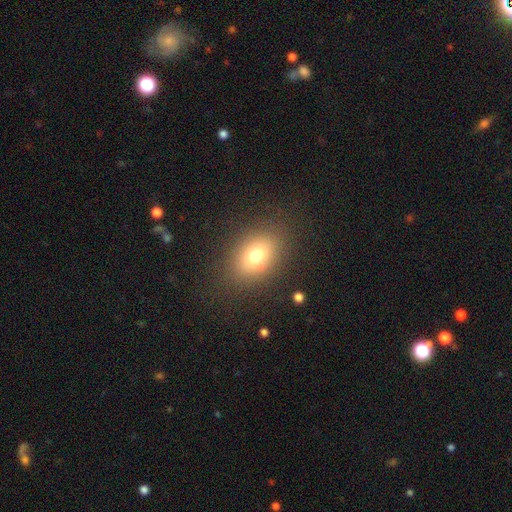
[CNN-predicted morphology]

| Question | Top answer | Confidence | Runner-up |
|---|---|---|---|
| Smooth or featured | smooth | 75% | featured or disk (13%) |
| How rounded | in between | 75% | round (23%) |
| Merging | none | 84% | minor disturbance (10%) |